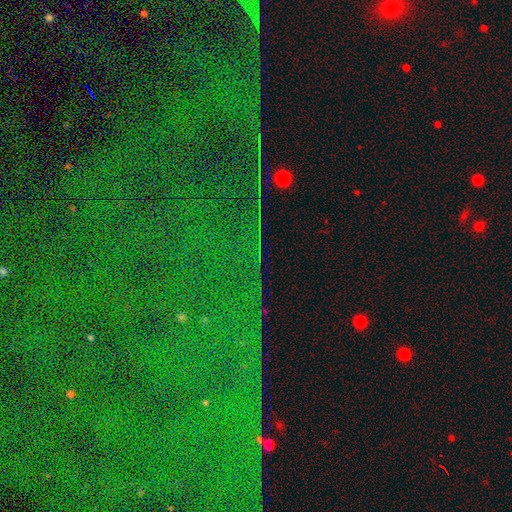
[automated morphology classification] type=star or artifact (86%).